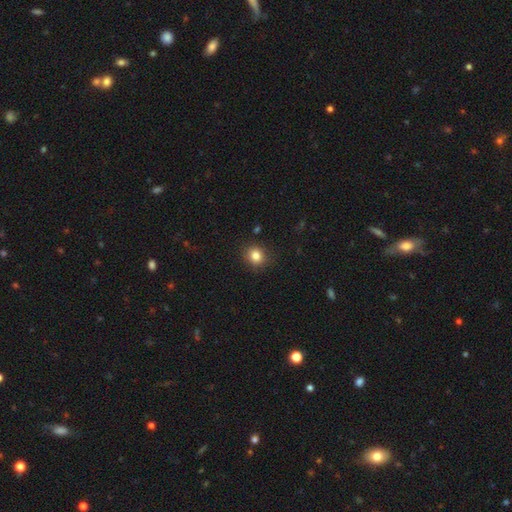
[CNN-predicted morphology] type=smooth (83%); roundness=round (81%); merging=none (88%).